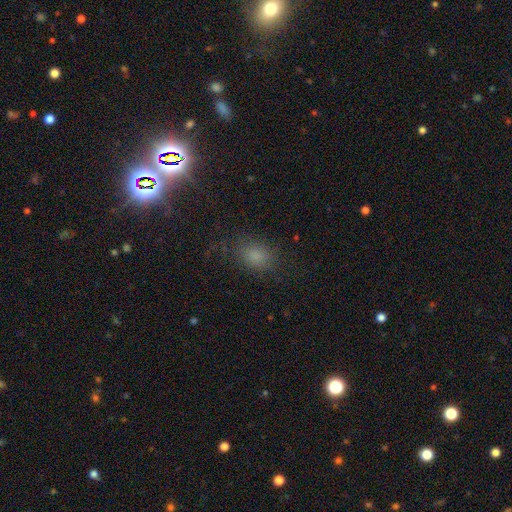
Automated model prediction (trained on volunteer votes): Smooth or featured? Predicted: smooth (p=0.71). How rounded? Predicted: in between (p=0.61). Merging? Predicted: none (p=0.75).